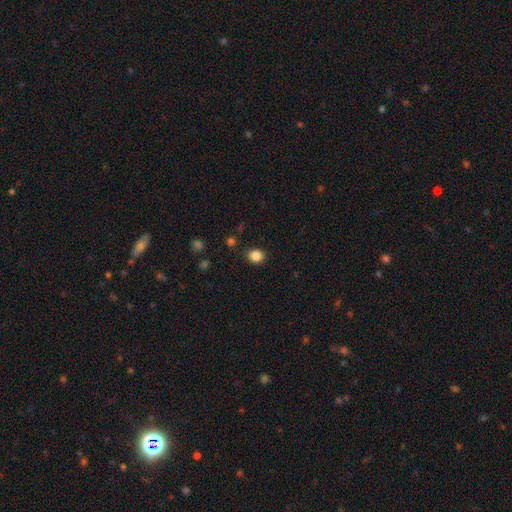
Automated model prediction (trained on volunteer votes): A smooth galaxy with no disk features (86%) that is round (70%).

Vote fractions:
- Smooth or featured? smooth: 86% / star or artifact: 11% / featured or disk: 4%
- How rounded? round: 70% / in between: 29% / cigar-shaped: 1%
- Merging? none: 88% / minor disturbance: 8% / major disturbance: 2% / merger: 2%